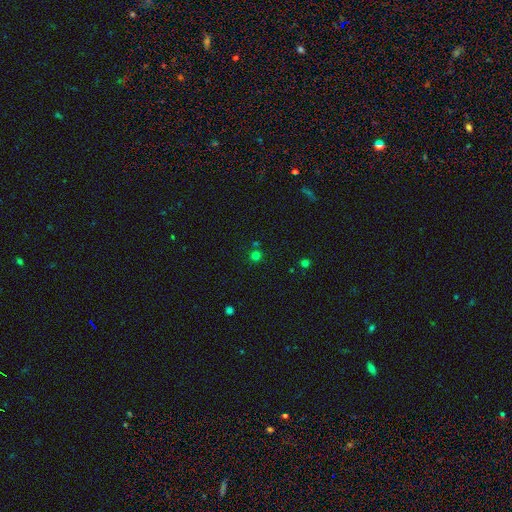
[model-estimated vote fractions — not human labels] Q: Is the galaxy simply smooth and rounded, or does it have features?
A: smooth — 69%.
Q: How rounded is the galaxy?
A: round — 93%.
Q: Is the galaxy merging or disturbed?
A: none — 77%.